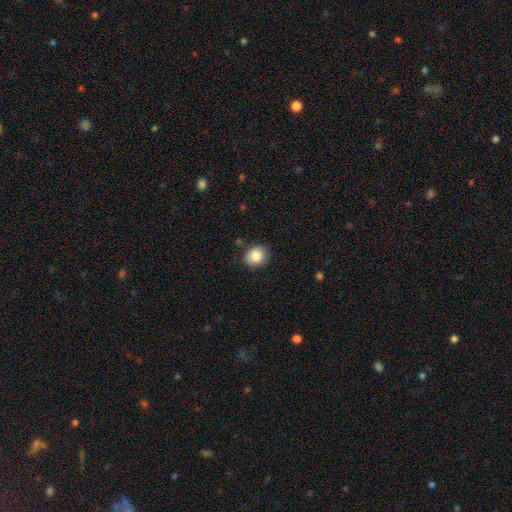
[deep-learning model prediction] Morphology: type=smooth (86%); roundness=round (62%); merging=none (83%).